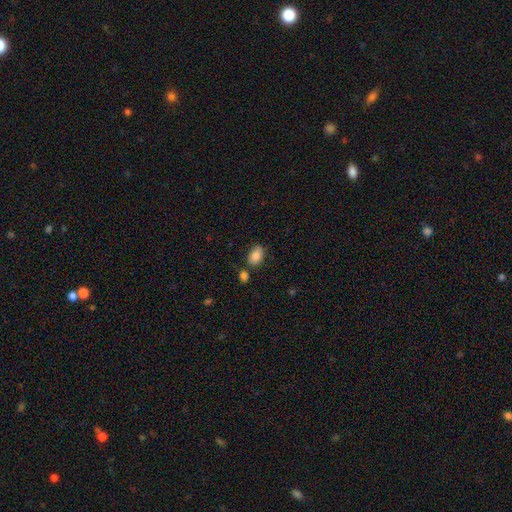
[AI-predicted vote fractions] smooth-or-featured: smooth: 84% | featured or disk: 8% | star or artifact: 8%
  how-rounded: in between: 88% | round: 11% | cigar-shaped: 1%
  merging: none: 73% | minor disturbance: 14% | merger: 10% | major disturbance: 3%